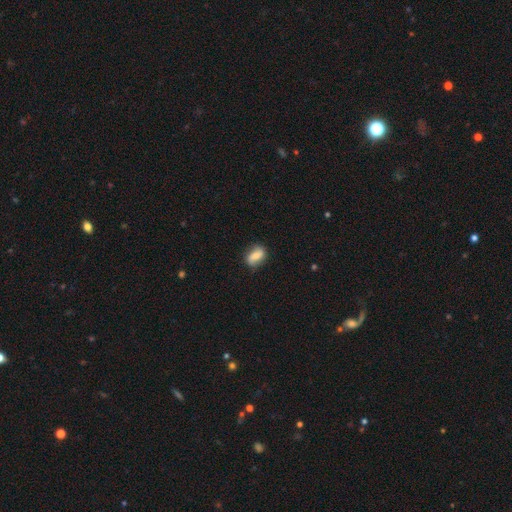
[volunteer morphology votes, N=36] Smooth or featured? 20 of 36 (56%) said smooth. How rounded? 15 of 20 (75%) said in between. Merging? 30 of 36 (83%) said none.